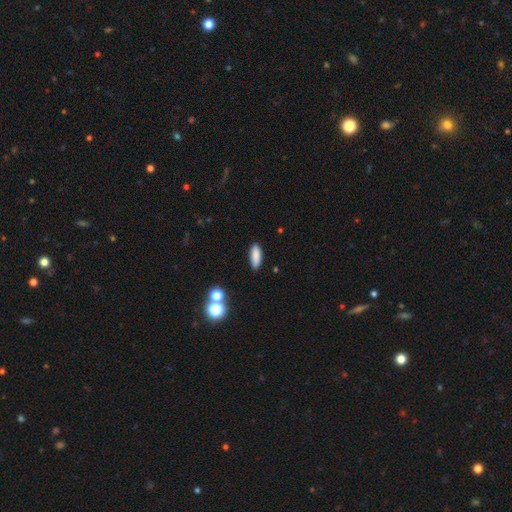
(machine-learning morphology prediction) Smooth or featured? Predicted: smooth (p=0.85). How rounded? Predicted: in between (p=0.55). Merging? Predicted: none (p=0.87).